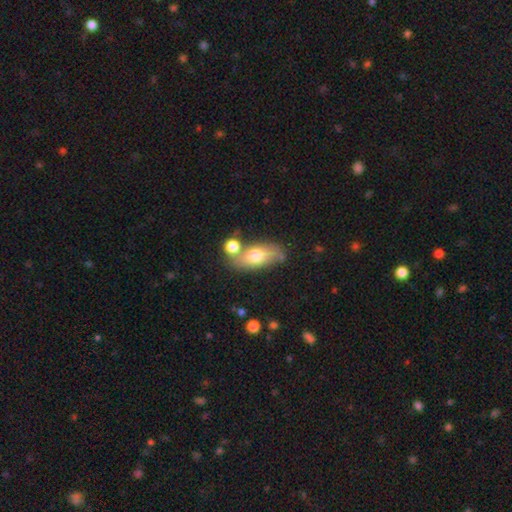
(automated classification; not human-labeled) Morphology: type=smooth (66%); roundness=in between (80%); merging=none (63%).